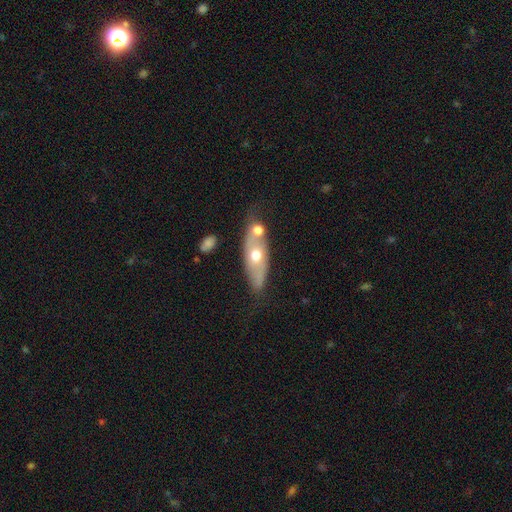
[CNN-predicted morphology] Q: Smooth or featured?
A: featured or disk (54%); runner-up: smooth (38%)
Q: Edge-on disk?
A: no (67%); runner-up: yes (33%)
Q: Merging?
A: none (54%); runner-up: merger (22%)